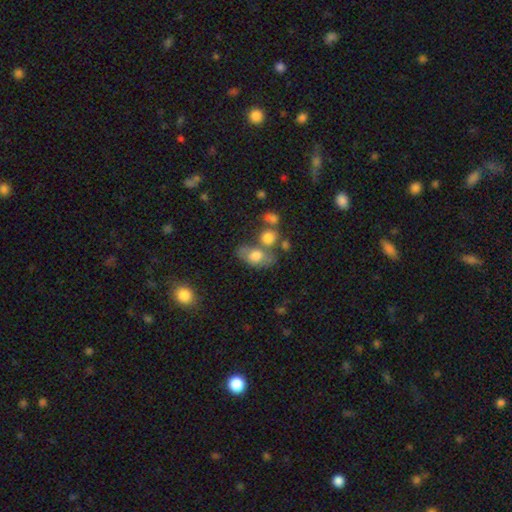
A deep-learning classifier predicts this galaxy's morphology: A smooth galaxy with no disk features (68%) that is in between round and cigar-shaped (78%).

Vote fractions:
- Smooth or featured? smooth: 68% / featured or disk: 23% / star or artifact: 9%
- How rounded? in between: 78% / round: 20% / cigar-shaped: 3%
- Merging? none: 43% / merger: 31% / minor disturbance: 17% / major disturbance: 9%